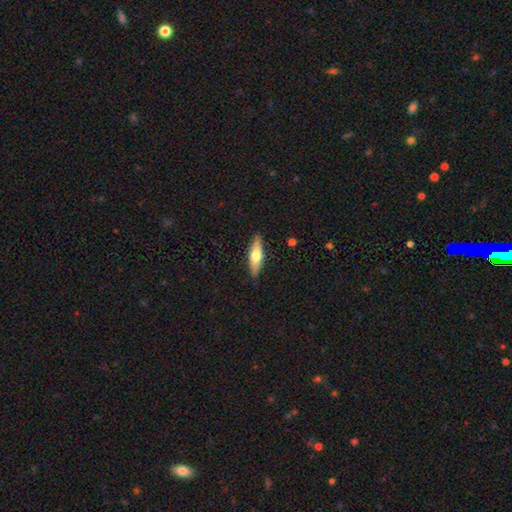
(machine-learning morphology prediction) Overall: smooth (55%; featured or disk 39%). How rounded: cigar-shaped (58%; in between 40%). Merging: none (88%).